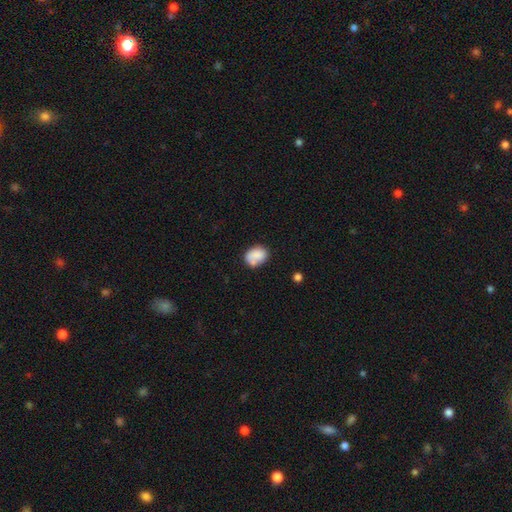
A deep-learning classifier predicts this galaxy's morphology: Smooth or featured: smooth — 79% (featured or disk — 13%)
How rounded: in between — 63% (round — 36%)
Merging: none — 56% (minor disturbance — 22%)